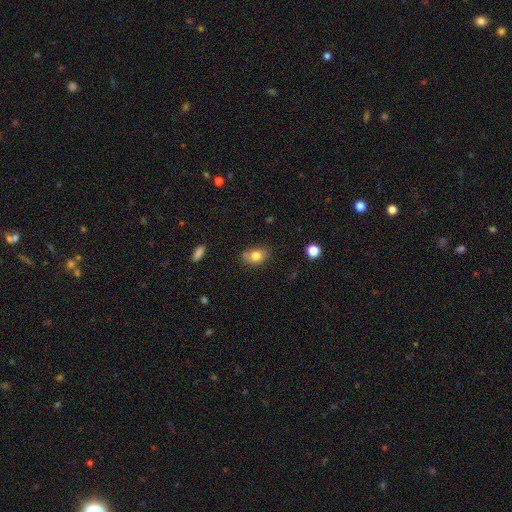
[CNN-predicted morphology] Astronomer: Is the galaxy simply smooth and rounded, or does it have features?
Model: smooth — 79%.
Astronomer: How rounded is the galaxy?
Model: in between — 75%.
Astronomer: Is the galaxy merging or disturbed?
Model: none — 69%.